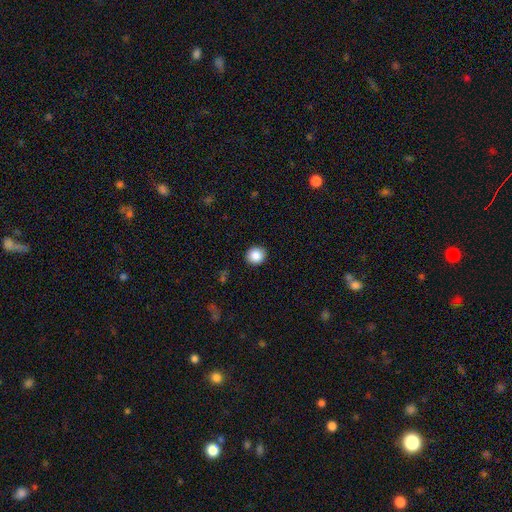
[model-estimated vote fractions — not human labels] smooth_or_featured: smooth (p=0.87) [alt: star or artifact p=0.09]
how_rounded: round (p=0.89) [alt: in between p=0.10]
merging: none (p=0.92) [alt: minor disturbance p=0.05]